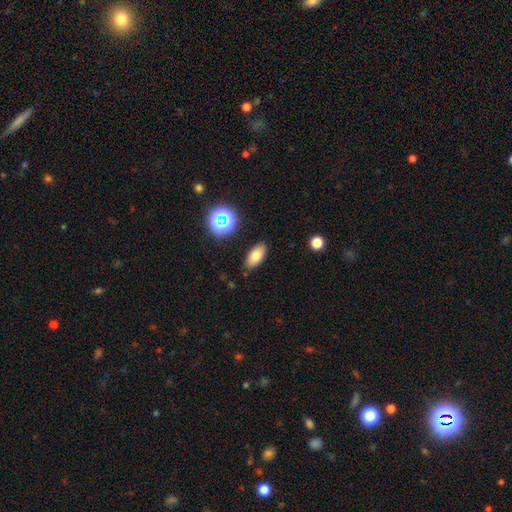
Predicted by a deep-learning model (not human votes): Smooth or featured: smooth — 76% (featured or disk — 12%)
How rounded: in between — 89% (cigar-shaped — 6%)
Merging: none — 86% (minor disturbance — 10%)